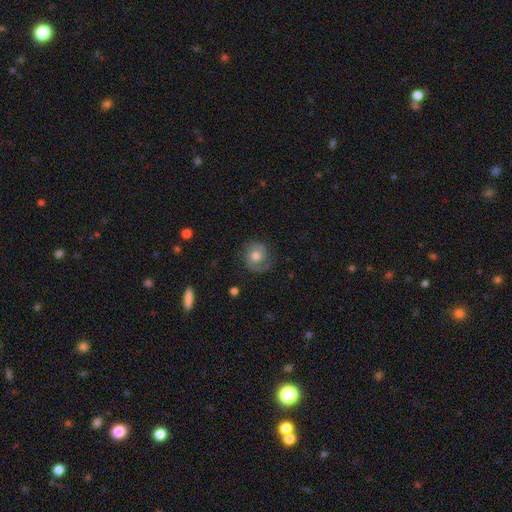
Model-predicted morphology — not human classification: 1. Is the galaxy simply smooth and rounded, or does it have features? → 52% featured or disk, 40% smooth, 8% star or artifact.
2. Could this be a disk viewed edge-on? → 97% no, 3% yes.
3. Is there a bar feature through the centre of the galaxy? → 78% no, 18% weak, 3% strong.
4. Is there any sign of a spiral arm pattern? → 77% yes, 23% no.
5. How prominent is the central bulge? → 71% moderate, 13% small, 13% large, 2% none, 1% dominant.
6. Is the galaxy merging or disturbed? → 72% none, 18% minor disturbance, 9% major disturbance, 1% merger.